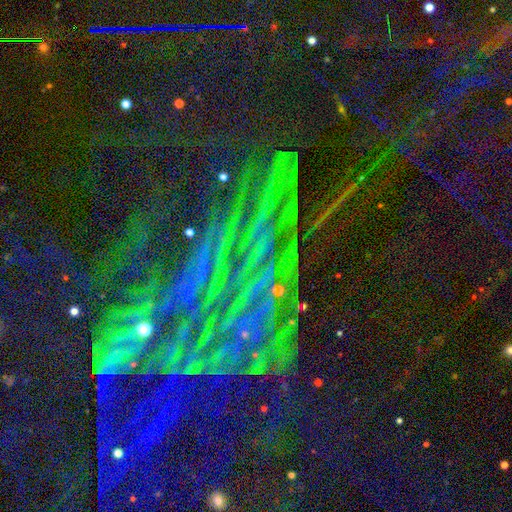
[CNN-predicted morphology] This is clearly a star or artifact rather than a galaxy (84%).